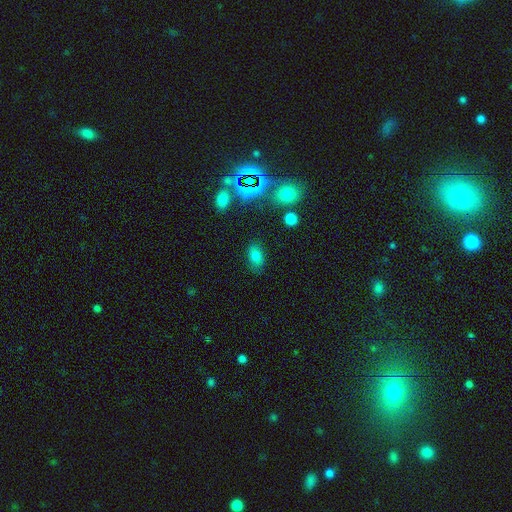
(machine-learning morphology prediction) smooth 74%, star or artifact 16%, featured or disk 10%. Down the decision tree: how rounded — in between (87%); merging — none (81%).